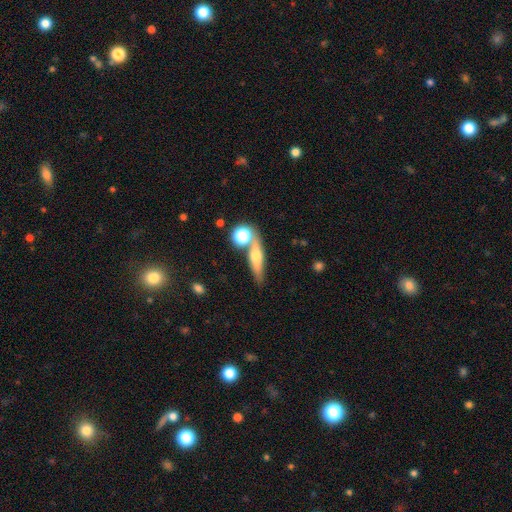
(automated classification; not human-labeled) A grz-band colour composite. It shows a smooth galaxy with no disk features (46%). Merging: none (63%).